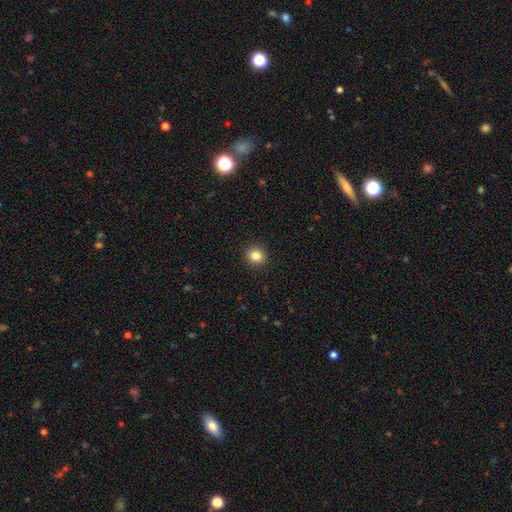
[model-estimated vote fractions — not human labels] The model was most divided on "how rounded": round: 79%, in between: 20%, cigar-shaped: 1%. More confident: merging — none (91%); smooth or featured — smooth (84%).